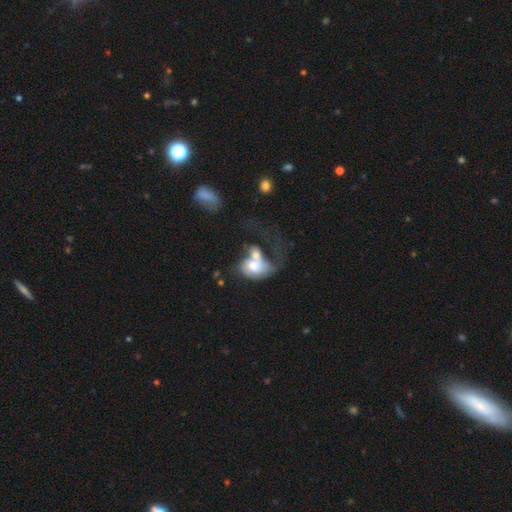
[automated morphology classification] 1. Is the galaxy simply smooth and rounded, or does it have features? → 48% featured or disk, 45% smooth, 7% star or artifact.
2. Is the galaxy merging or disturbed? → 60% merger, 25% major disturbance, 9% none, 6% minor disturbance.